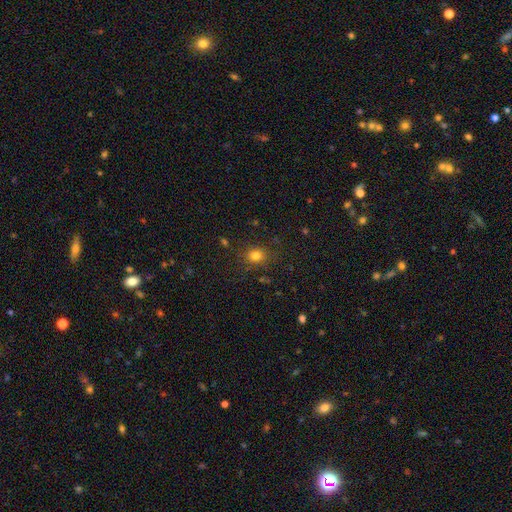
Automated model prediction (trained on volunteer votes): smooth_or_featured: smooth (p=0.79) [alt: star or artifact p=0.14]
how_rounded: round (p=0.61) [alt: in between p=0.38]
merging: none (p=0.83) [alt: minor disturbance p=0.11]